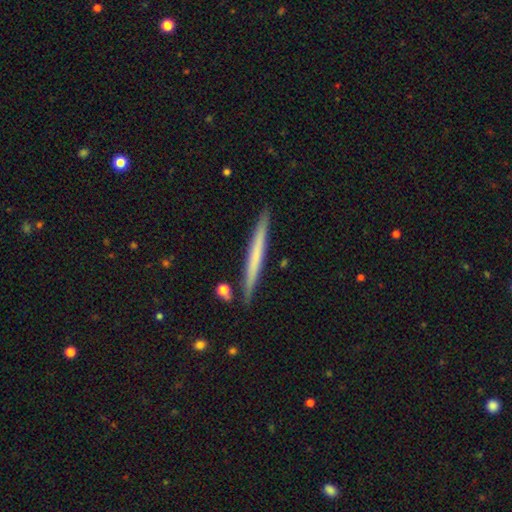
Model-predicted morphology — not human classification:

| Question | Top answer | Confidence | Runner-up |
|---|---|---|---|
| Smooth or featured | smooth | 54% | featured or disk (40%) |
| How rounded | cigar-shaped | 97% | in between (2%) |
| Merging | none | 91% | minor disturbance (6%) |